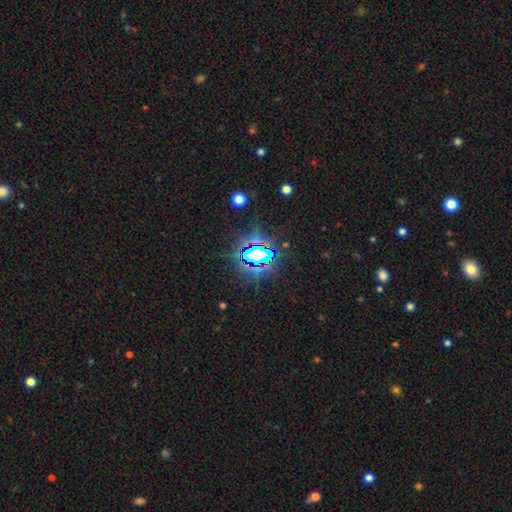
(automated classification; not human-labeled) Smooth or featured? Predicted: star or artifact (p=0.77).